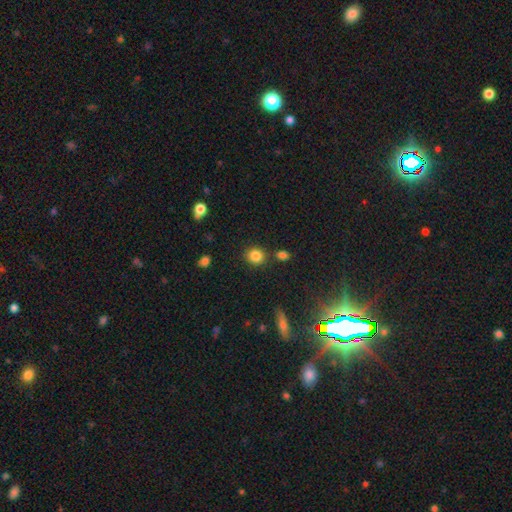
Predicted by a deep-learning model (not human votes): Smooth or featured? smooth (84%)
How rounded? round (78%)
Merging? none (80%)